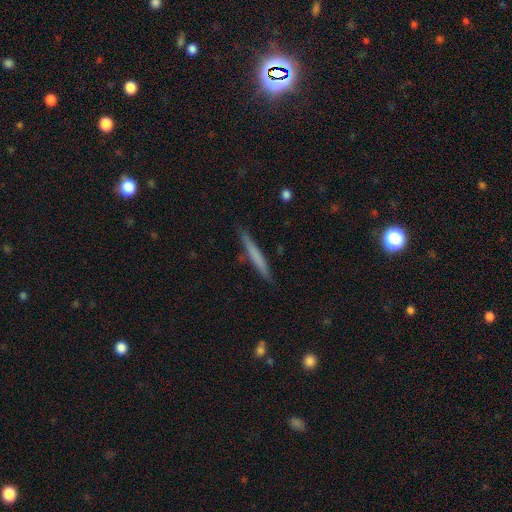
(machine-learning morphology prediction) type=smooth (63%); roundness=cigar-shaped (96%); merging=none (87%).